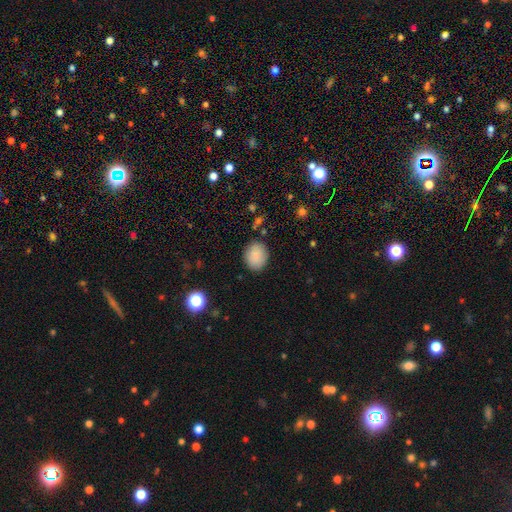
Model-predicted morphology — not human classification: smooth 87%, star or artifact 8%, featured or disk 5%. Down the decision tree: how rounded — round (55%); merging — none (86%).